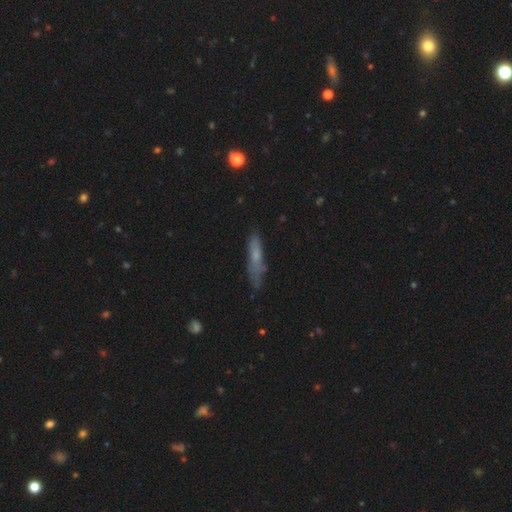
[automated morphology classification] smooth_or_featured: smooth (p=0.58) [alt: featured or disk p=0.32]
how_rounded: cigar-shaped (p=0.80) [alt: in between p=0.18]
merging: none (p=0.66) [alt: minor disturbance p=0.24]